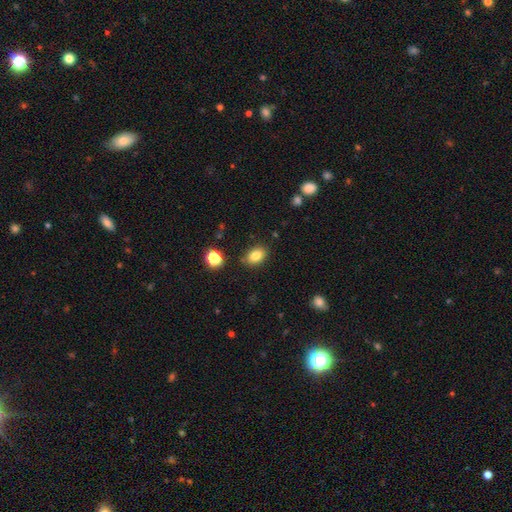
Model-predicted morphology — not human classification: Overall: smooth (83%). How rounded: in between (79%). Merging: none (84%).